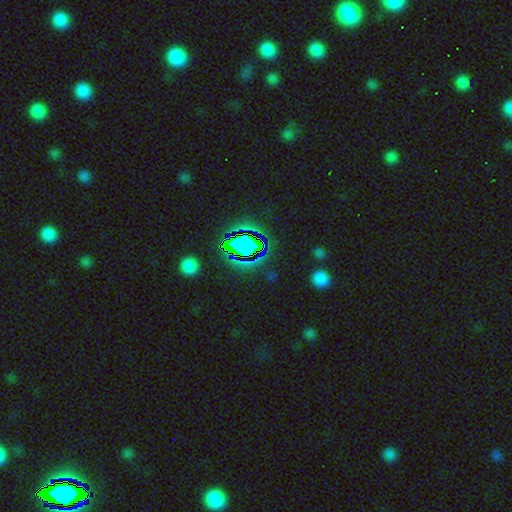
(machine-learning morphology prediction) Q: Smooth or featured?
A: star or artifact (75%); runner-up: smooth (14%)